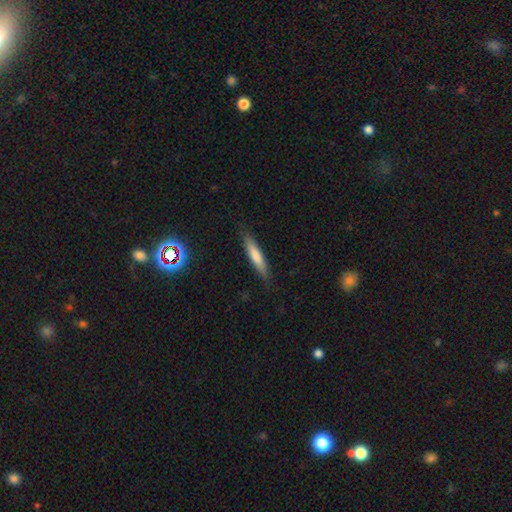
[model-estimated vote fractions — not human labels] Morphology: type=smooth (70%); roundness=cigar-shaped (86%); merging=none (83%).